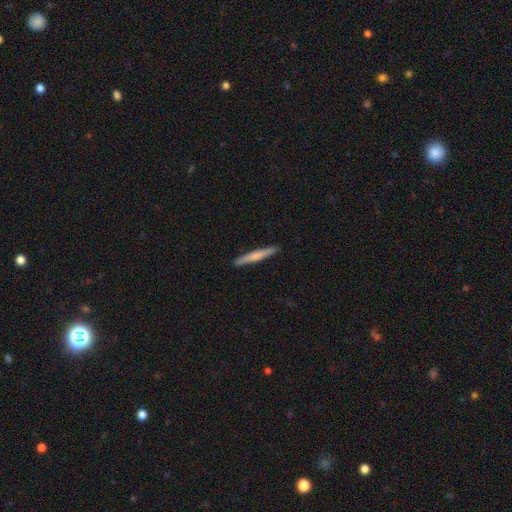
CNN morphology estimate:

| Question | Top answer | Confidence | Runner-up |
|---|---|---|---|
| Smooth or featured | smooth | 61% | featured or disk (34%) |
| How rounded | cigar-shaped | 96% | in between (3%) |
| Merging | none | 91% | minor disturbance (7%) |